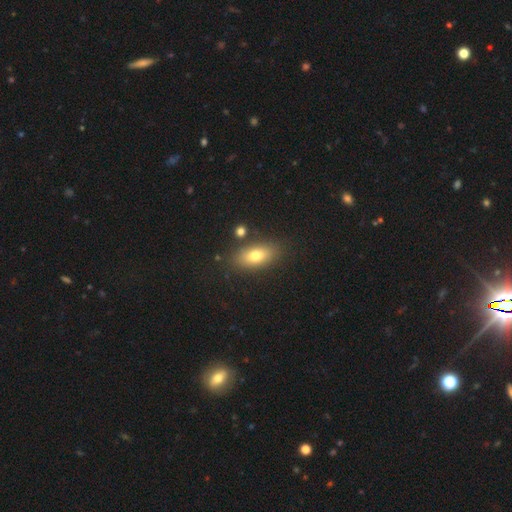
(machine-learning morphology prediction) smooth_or_featured: smooth (p=0.75) [alt: featured or disk p=0.16]
how_rounded: in between (p=0.85) [alt: cigar-shaped p=0.08]
merging: none (p=0.81) [alt: minor disturbance p=0.11]